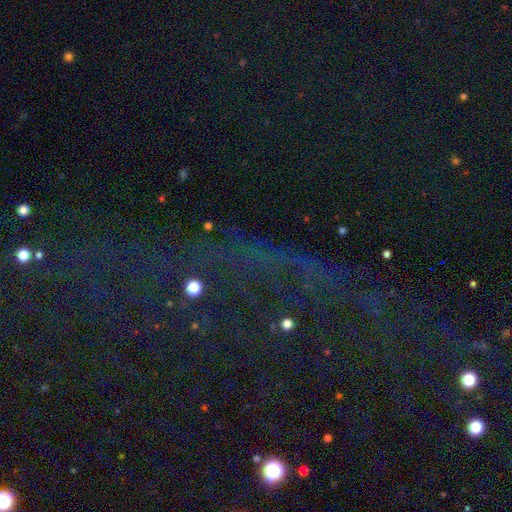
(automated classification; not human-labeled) Smooth or featured? Predicted: star or artifact (p=0.79).